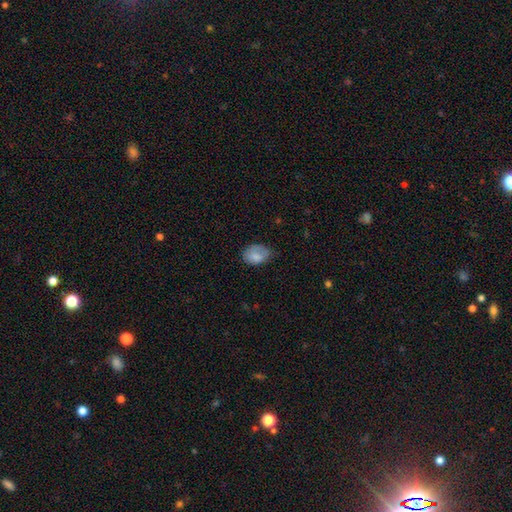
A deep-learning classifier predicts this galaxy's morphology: The model was most divided on "merging": none: 52%, minor disturbance: 34%, major disturbance: 13%, merger: 2%. More confident: how rounded — in between (81%); smooth or featured — smooth (77%).